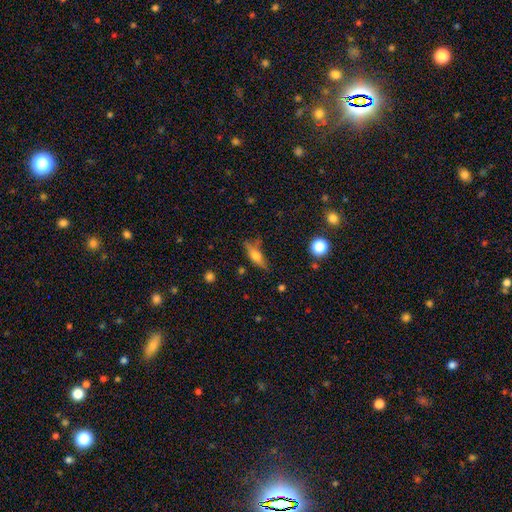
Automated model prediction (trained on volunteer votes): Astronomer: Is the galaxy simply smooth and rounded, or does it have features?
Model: smooth — 52% (runner-up: featured or disk, 39%).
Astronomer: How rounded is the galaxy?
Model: in between — 49% (runner-up: cigar-shaped, 47%).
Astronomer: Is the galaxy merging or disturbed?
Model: none — 73%.